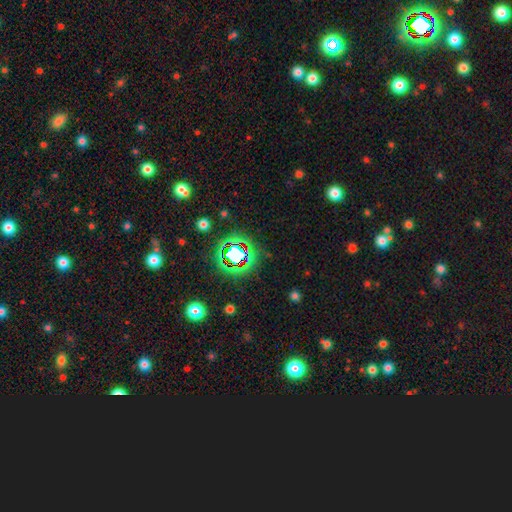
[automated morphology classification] This appears to be a star or artifact, not a galaxy (72%).